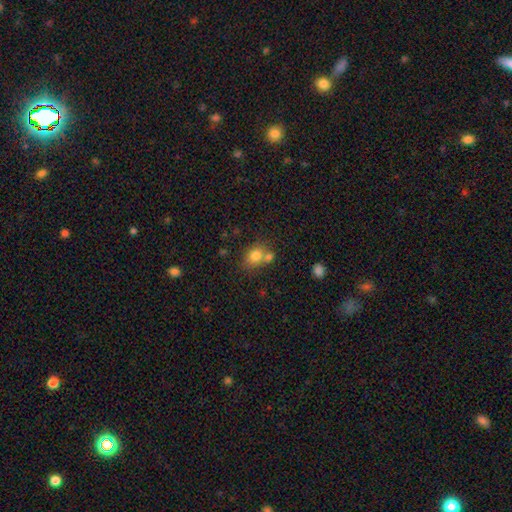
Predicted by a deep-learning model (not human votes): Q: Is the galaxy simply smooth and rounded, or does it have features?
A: smooth — 78%.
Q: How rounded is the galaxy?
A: in between — 55%.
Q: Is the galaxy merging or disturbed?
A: none — 48%.